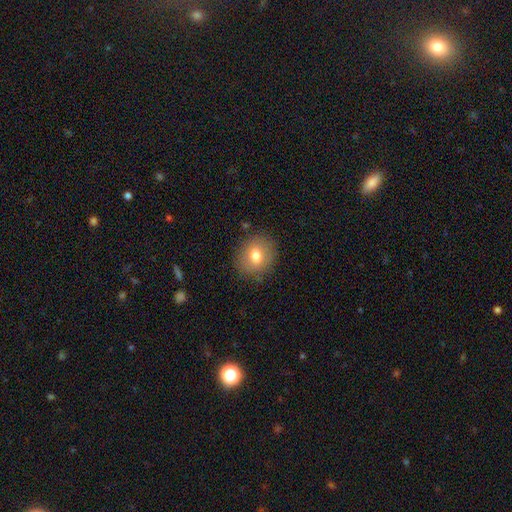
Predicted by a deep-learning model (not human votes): This is likely a smooth galaxy (75%). How rounded: likely round (74%). Merging: clearly none (85%).